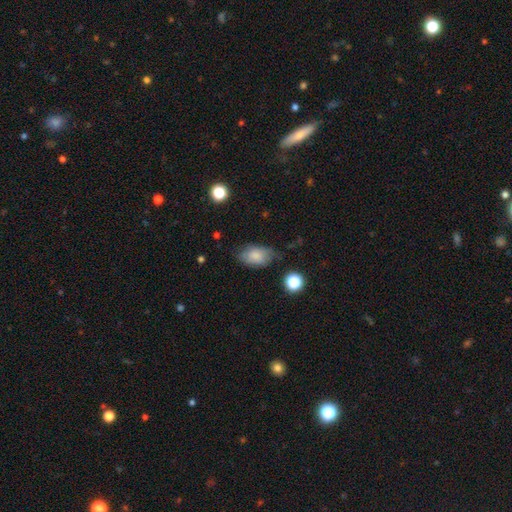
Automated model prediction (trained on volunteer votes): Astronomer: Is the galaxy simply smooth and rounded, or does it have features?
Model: smooth — 74%.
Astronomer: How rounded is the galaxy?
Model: in between — 89%.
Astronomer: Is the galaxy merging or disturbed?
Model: none — 58%.